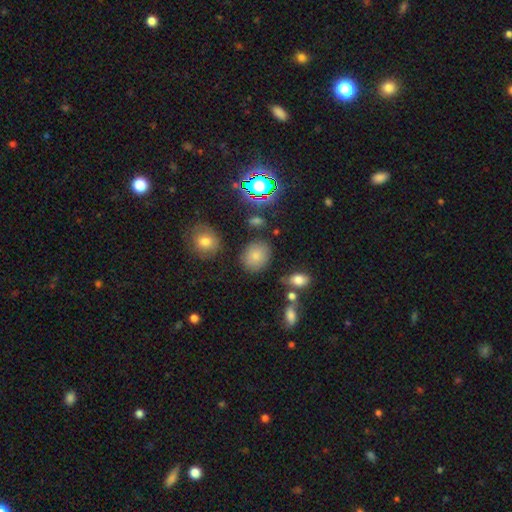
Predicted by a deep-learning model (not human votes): Overall: smooth (76%). How rounded: round (62%; in between 36%). Merging: none (80%).